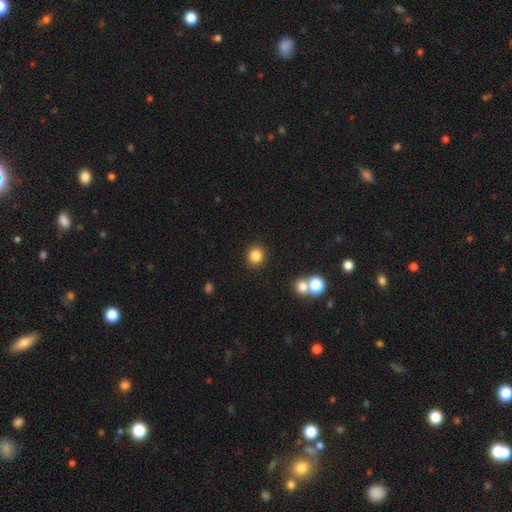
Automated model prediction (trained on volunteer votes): The model was most divided on "smooth or featured": smooth: 83%, star or artifact: 12%, featured or disk: 5%. More confident: merging — none (89%); how rounded — round (85%).